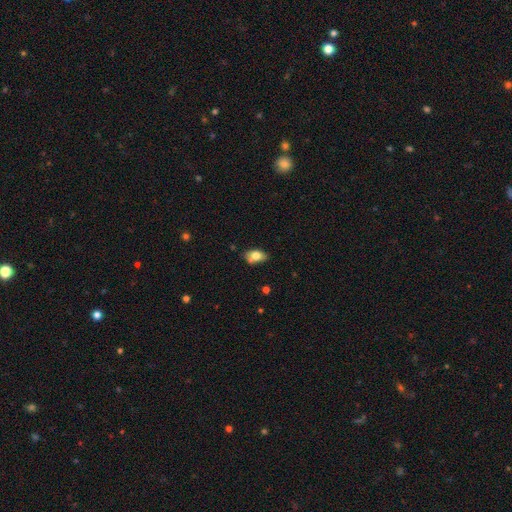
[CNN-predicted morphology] Smooth or featured?
  - smooth: 77% *
  - featured or disk: 15%
  - star or artifact: 8%
How rounded?
  - in between: 88% *
  - round: 10%
  - cigar-shaped: 2%
Merging?
  - none: 67% *
  - minor disturbance: 24%
  - merger: 5%
  - major disturbance: 4%